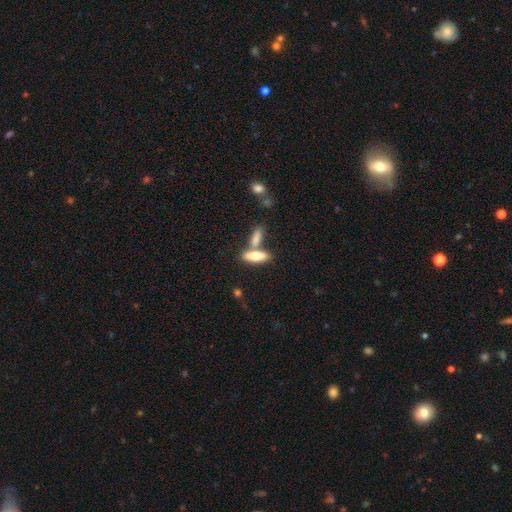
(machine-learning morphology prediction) A smooth galaxy with no disk features (74%) that is in between round and cigar-shaped (53%). Merging: none (51%).